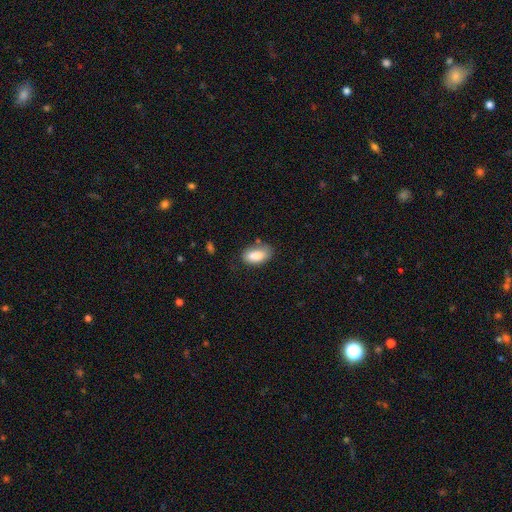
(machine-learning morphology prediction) smooth-or-featured: smooth: 85% | star or artifact: 7% | featured or disk: 7%
  how-rounded: in between: 92% | round: 4% | cigar-shaped: 4%
  merging: none: 65% | minor disturbance: 25% | major disturbance: 6% | merger: 4%